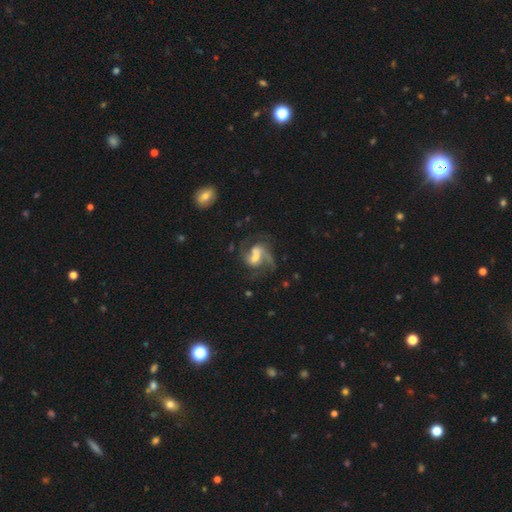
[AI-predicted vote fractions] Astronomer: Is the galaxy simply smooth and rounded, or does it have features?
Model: featured or disk — 81%.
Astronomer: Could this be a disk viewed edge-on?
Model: no — 98%.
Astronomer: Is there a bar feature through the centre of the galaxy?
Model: weak — 47% (runner-up: no, 28%).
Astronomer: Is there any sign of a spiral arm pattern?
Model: yes — 92%.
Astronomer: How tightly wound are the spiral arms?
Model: medium — 49% (runner-up: loose, 37%).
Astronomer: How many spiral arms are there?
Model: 2 — 70%.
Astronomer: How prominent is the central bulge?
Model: moderate — 47% (runner-up: small, 29%).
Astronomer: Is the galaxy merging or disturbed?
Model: none — 46% (runner-up: major disturbance, 22%).